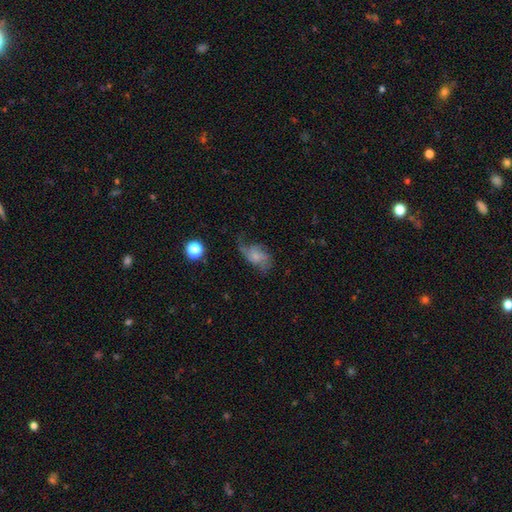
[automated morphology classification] Smooth or featured?
  - featured or disk: 57% *
  - smooth: 32%
  - star or artifact: 11%
Edge-on disk?
  - no: 96% *
  - yes: 4%
Bar?
  - no: 72% *
  - weak: 24%
  - strong: 4%
Spiral arms?
  - yes: 81% *
  - no: 19%
Bulge size?
  - small: 49% *
  - none: 26%
  - moderate: 19%
  - large: 3%
  - dominant: 2%
Merging?
  - none: 37% *
  - major disturbance: 34%
  - minor disturbance: 26%
  - merger: 3%